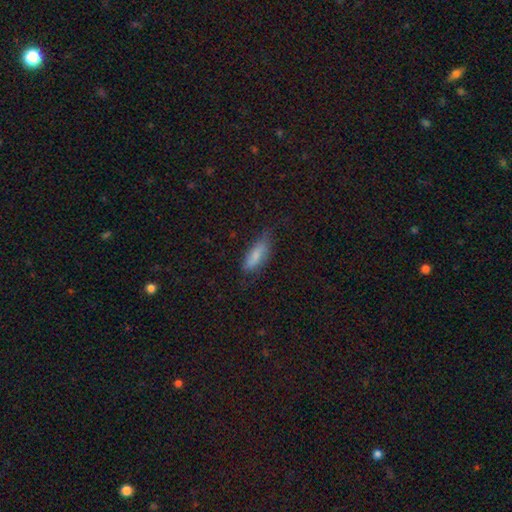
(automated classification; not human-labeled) smooth-or-featured: smooth: 73% | featured or disk: 19% | star or artifact: 7%
  how-rounded: in between: 62% | cigar-shaped: 36% | round: 2%
  merging: none: 62% | minor disturbance: 28% | major disturbance: 8% | merger: 2%